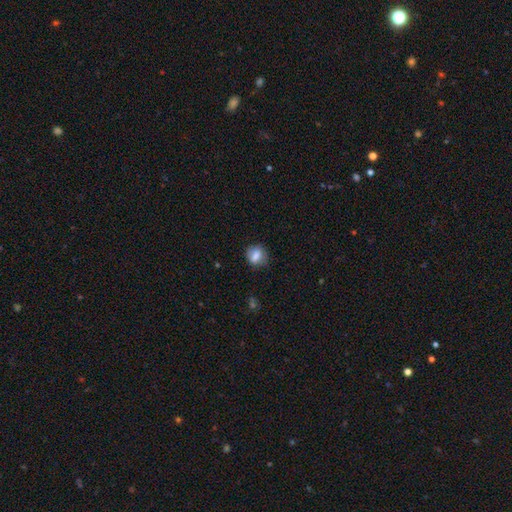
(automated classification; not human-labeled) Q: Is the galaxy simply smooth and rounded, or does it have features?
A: smooth — 76%.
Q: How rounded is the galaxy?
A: round — 61%.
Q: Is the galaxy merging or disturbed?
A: none — 73%.